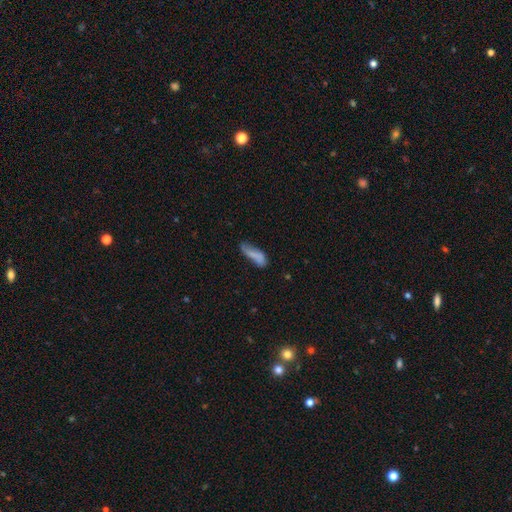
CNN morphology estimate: Smooth or featured?
  - smooth: 72% *
  - featured or disk: 20%
  - star or artifact: 8%
How rounded?
  - in between: 52% *
  - cigar-shaped: 46%
  - round: 2%
Merging?
  - none: 44% *
  - minor disturbance: 34%
  - major disturbance: 15%
  - merger: 7%